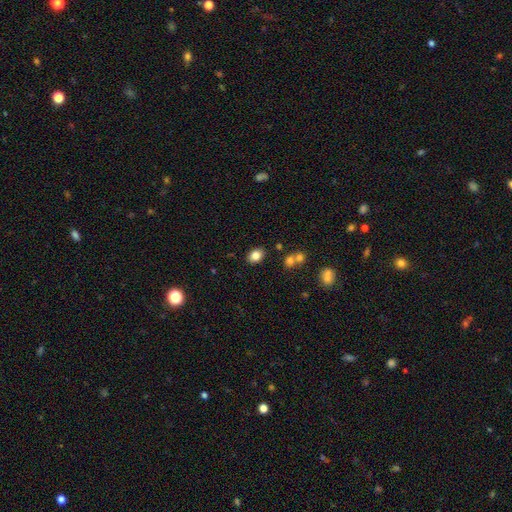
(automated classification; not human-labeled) The model was most divided on "how rounded": in between: 68%, round: 31%, cigar-shaped: 1%. More confident: merging — none (83%); smooth or featured — smooth (82%).